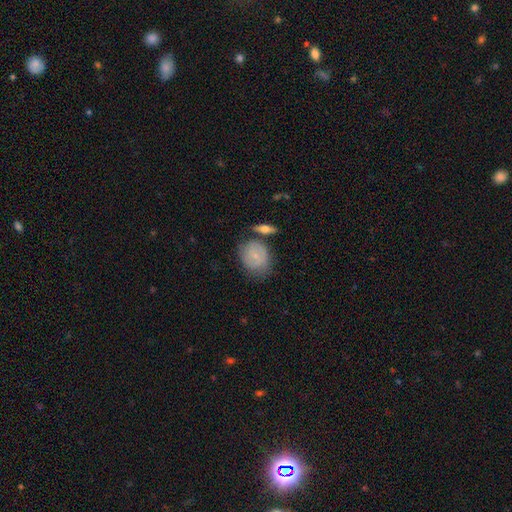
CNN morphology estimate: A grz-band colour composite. It shows a smooth galaxy with no disk features (57%) that is round (53%). Merging: none (55%).